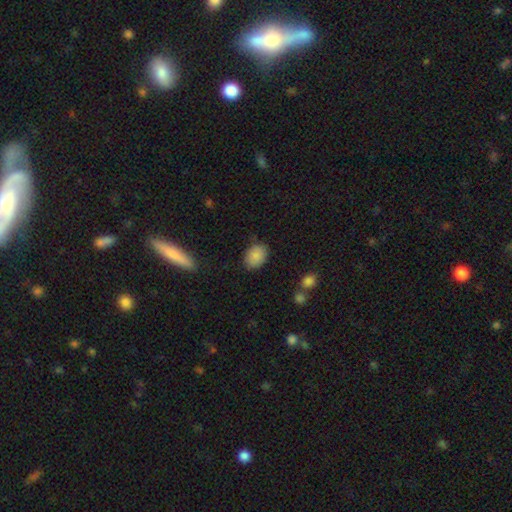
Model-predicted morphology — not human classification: Smooth or featured? Predicted: smooth (p=0.87). How rounded? Predicted: in between (p=0.73). Merging? Predicted: none (p=0.82).